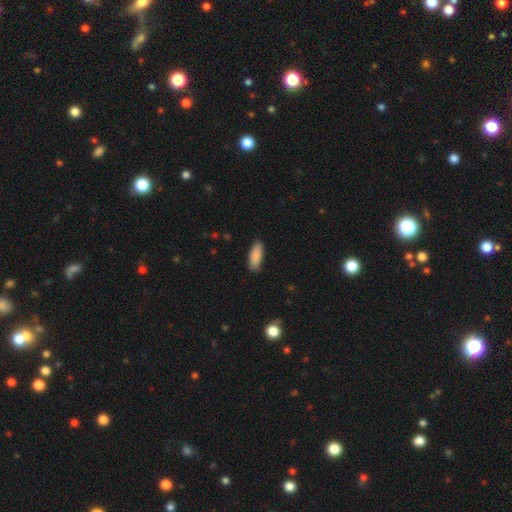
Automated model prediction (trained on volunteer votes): Smooth or featured?
  - smooth: 89% *
  - star or artifact: 6%
  - featured or disk: 5%
How rounded?
  - in between: 77% *
  - cigar-shaped: 22%
  - round: 2%
Merging?
  - none: 83% *
  - minor disturbance: 13%
  - major disturbance: 2%
  - merger: 1%